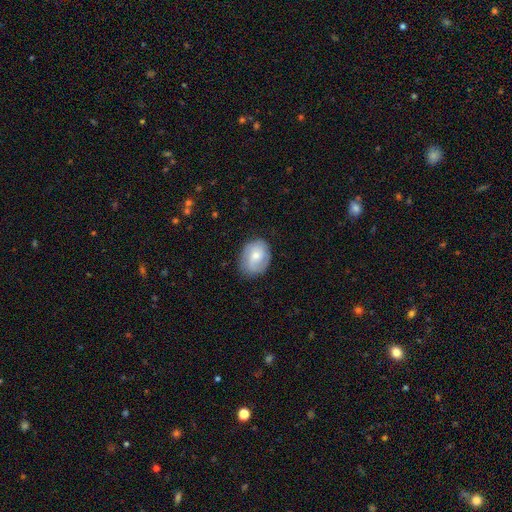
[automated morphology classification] smooth_or_featured: smooth (p=0.53) [alt: featured or disk p=0.40]
how_rounded: in between (p=0.59) [alt: round p=0.40]
merging: none (p=0.75) [alt: minor disturbance p=0.18]